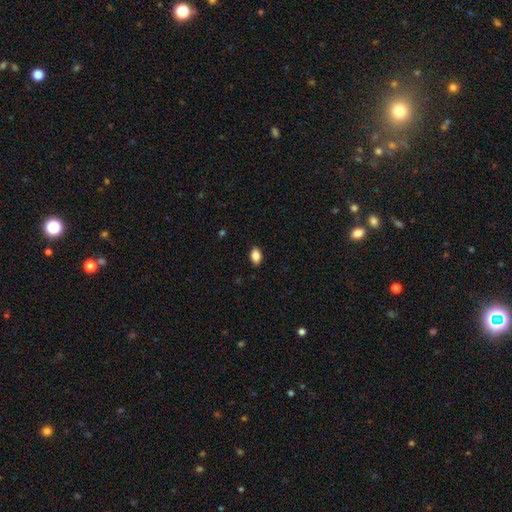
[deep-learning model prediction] Morphology: type=smooth (85%); roundness=in between (87%); merging=none (88%).